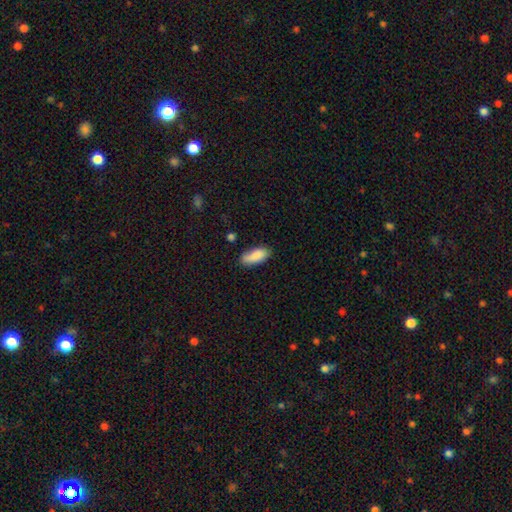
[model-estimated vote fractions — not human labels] Smooth or featured? smooth (87%)
How rounded? in between (82%)
Merging? none (70%)